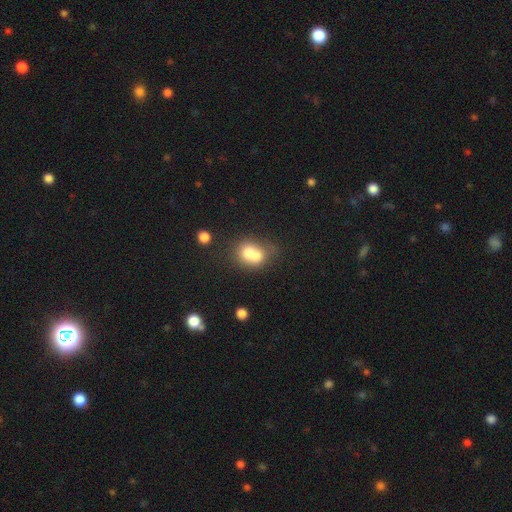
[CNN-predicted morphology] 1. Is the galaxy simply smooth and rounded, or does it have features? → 68% smooth, 21% featured or disk, 10% star or artifact.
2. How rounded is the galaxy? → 53% round, 46% in between, 1% cigar-shaped.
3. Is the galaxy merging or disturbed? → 62% merger, 23% none, 9% minor disturbance, 5% major disturbance.